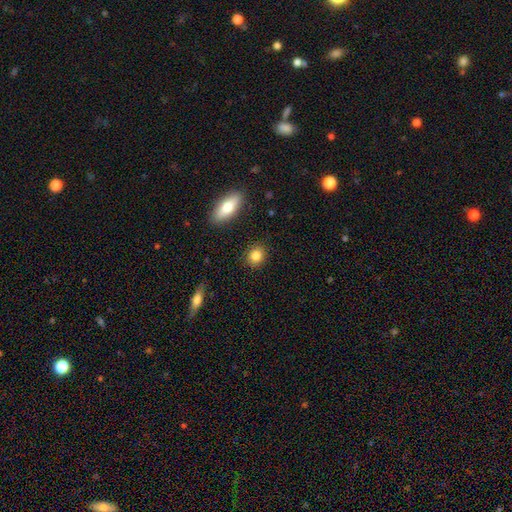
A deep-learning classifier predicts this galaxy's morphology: Overall: smooth (84%). How rounded: round (70%). Merging: none (89%).